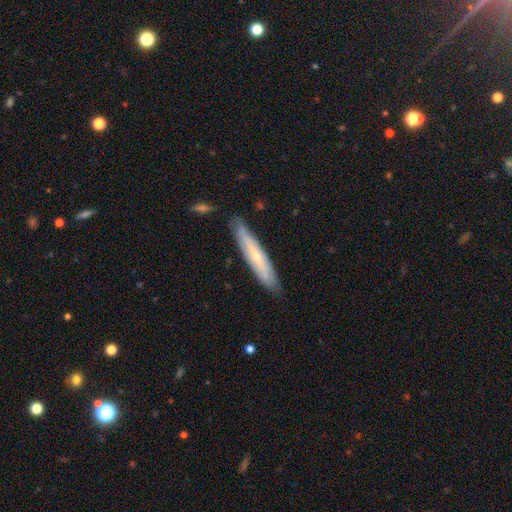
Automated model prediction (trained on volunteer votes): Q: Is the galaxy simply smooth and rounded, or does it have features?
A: smooth — 47%, tied with featured or disk.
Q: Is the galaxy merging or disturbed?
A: none — 83%.